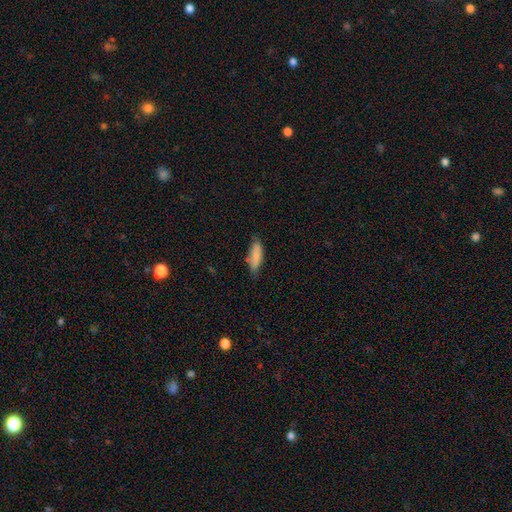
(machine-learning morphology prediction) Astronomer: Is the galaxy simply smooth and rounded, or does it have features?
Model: smooth — 85%.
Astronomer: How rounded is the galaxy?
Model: in between — 57% (runner-up: cigar-shaped, 42%).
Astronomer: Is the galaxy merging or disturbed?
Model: none — 68%.